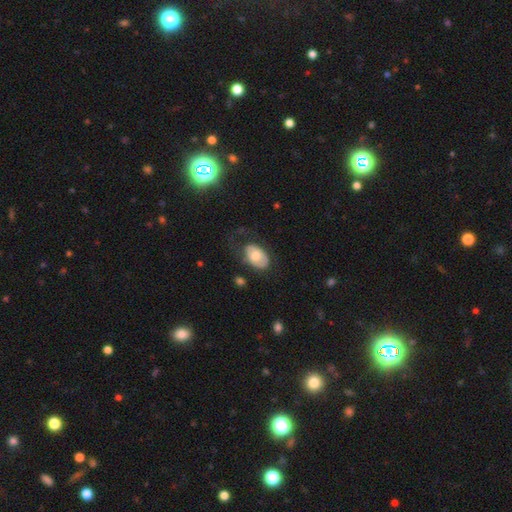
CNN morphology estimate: A smooth galaxy with no disk features (63%) that is in between round and cigar-shaped (91%). Merging: none (50%).